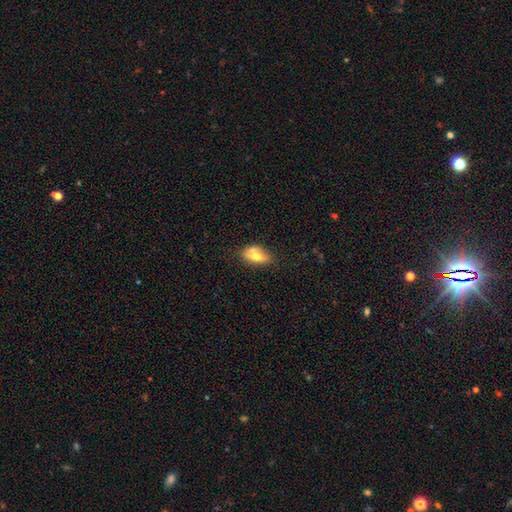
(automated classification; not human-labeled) Smooth or featured? smooth (62%)
How rounded? in between (82%)
Merging? none (52%)